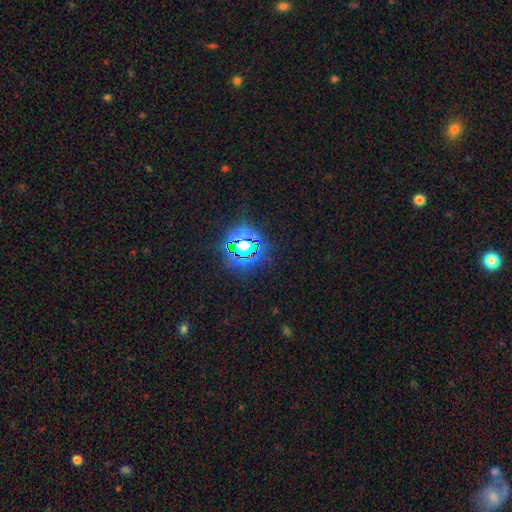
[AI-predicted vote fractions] Smooth or featured? Predicted: star or artifact (p=0.80).